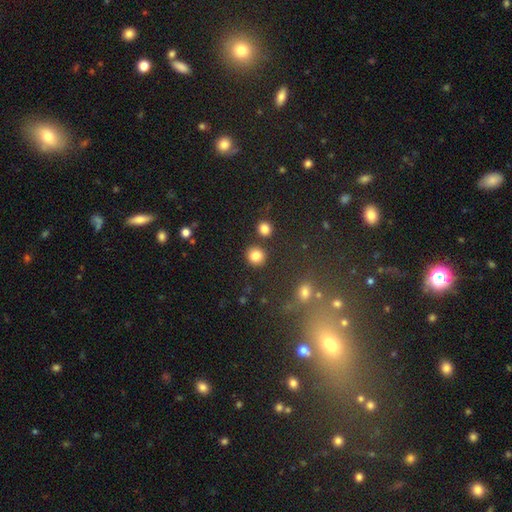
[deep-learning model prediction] smooth 84%, star or artifact 11%, featured or disk 5%. Down the decision tree: how rounded — round (89%); merging — none (85%).